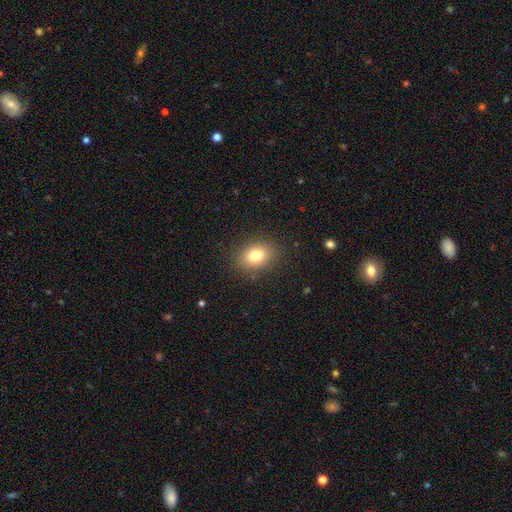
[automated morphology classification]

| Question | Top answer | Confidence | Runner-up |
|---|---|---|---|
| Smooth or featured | smooth | 80% | star or artifact (11%) |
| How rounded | in between | 62% | round (37%) |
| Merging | none | 87% | minor disturbance (9%) |